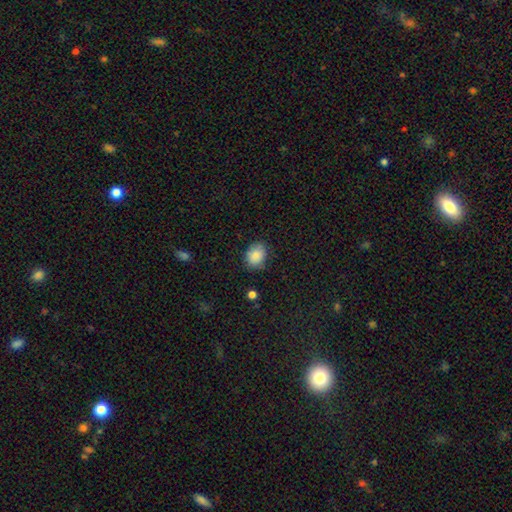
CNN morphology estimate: A smooth galaxy with no disk features (86%) that is in between round and cigar-shaped (56%). Merging: none (77%).